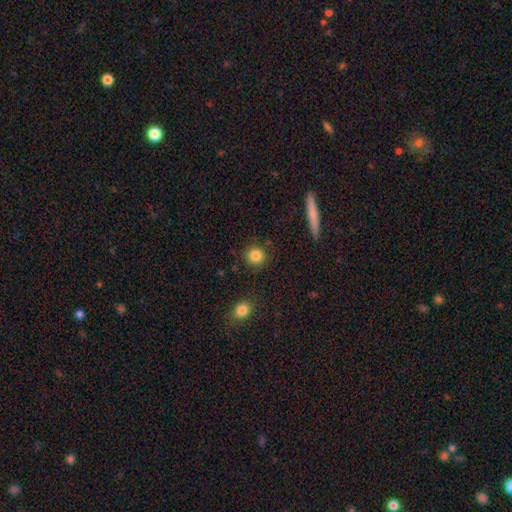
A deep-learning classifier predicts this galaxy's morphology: type=smooth (85%); roundness=round (91%); merging=none (87%).